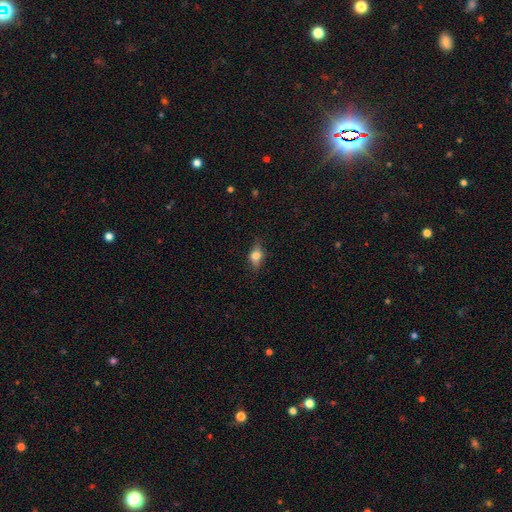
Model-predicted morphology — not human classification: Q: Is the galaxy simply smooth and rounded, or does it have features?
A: smooth — 63%.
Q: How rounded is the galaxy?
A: in between — 70%.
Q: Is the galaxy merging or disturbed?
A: none — 79%.